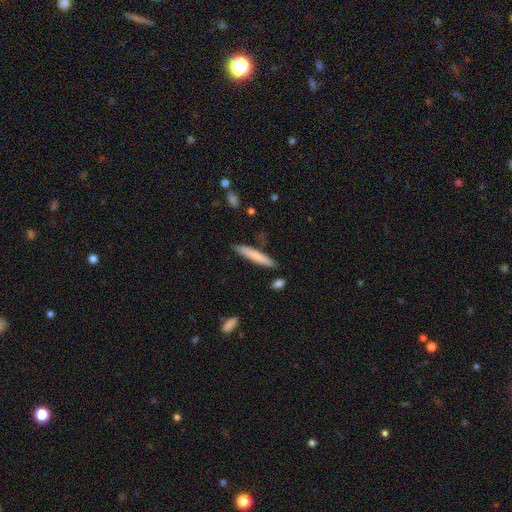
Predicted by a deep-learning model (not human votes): Morphology: type=smooth (76%); roundness=cigar-shaped (94%); merging=none (85%).